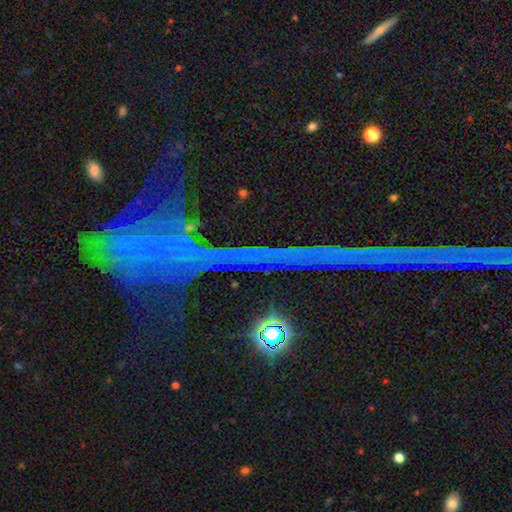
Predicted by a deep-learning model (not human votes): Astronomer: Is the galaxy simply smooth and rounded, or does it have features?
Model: star or artifact — 80%.